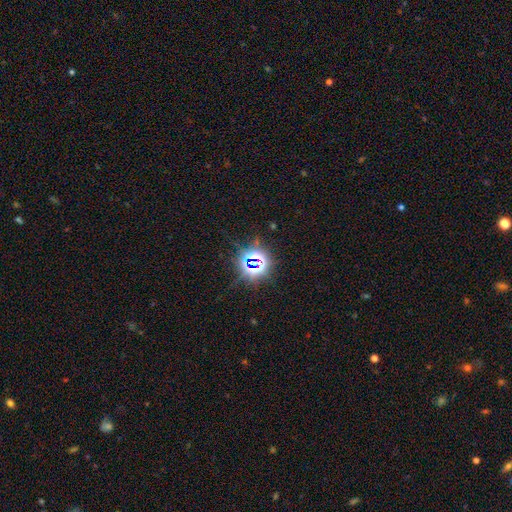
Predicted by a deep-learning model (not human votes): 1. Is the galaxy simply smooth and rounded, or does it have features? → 79% star or artifact, 13% smooth, 7% featured or disk.